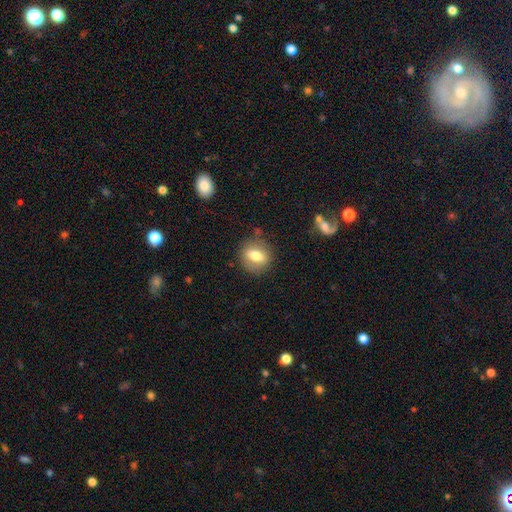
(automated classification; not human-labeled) smooth-or-featured: smooth: 69% | featured or disk: 22% | star or artifact: 8%
  how-rounded: round: 57% | in between: 40% | cigar-shaped: 3%
  merging: none: 82% | minor disturbance: 12% | major disturbance: 4% | merger: 2%